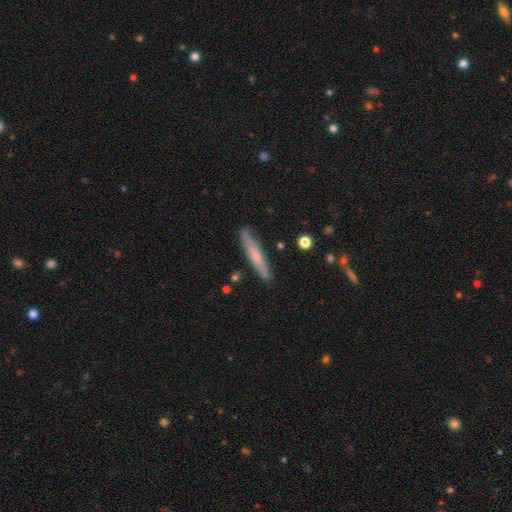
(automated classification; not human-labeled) Smooth or featured? smooth (53%)
How rounded? cigar-shaped (92%)
Merging? none (81%)